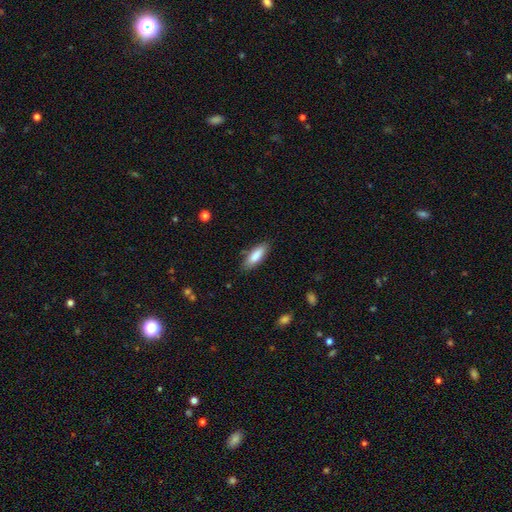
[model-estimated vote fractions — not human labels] Q: Smooth or featured?
A: smooth (84%); runner-up: featured or disk (10%)
Q: How rounded?
A: in between (58%); runner-up: cigar-shaped (41%)
Q: Merging?
A: none (83%); runner-up: minor disturbance (13%)